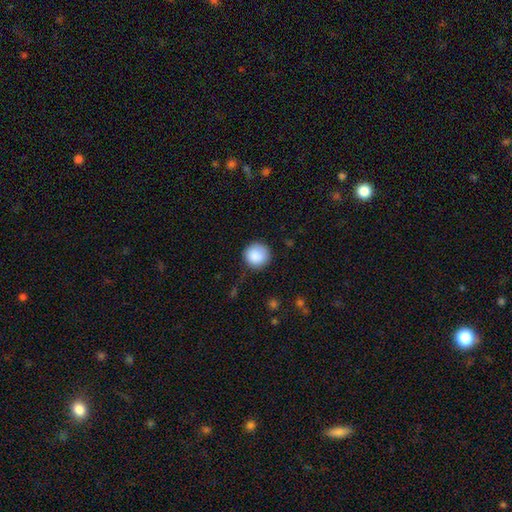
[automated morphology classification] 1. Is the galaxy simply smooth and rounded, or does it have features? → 89% smooth, 8% star or artifact, 4% featured or disk.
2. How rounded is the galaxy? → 94% round, 5% in between, 1% cigar-shaped.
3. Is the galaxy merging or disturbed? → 84% none, 12% minor disturbance, 3% major disturbance, 1% merger.